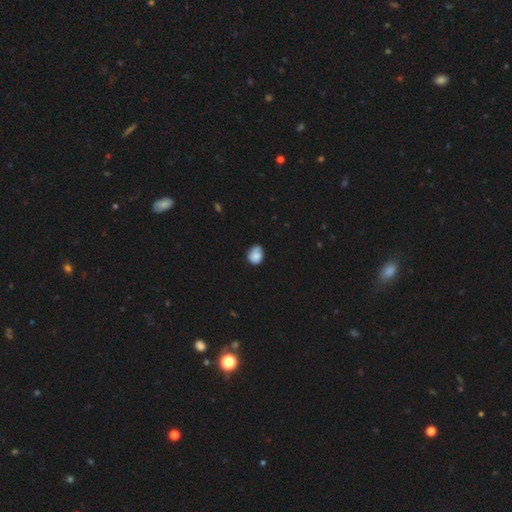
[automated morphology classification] A smooth galaxy with no disk features (84%) that is round (51%). Merging: none (58%).